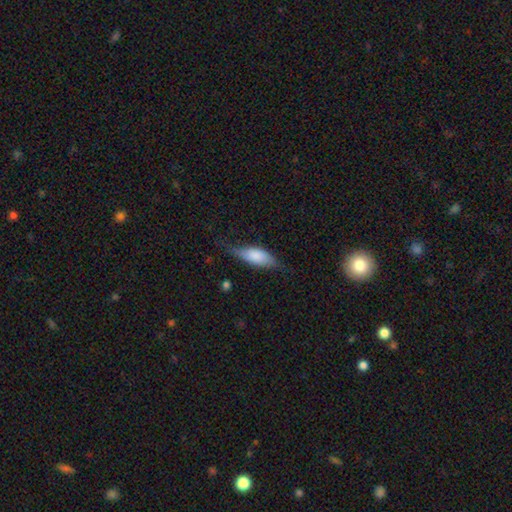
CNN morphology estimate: Smooth or featured?
  - smooth: 67% *
  - featured or disk: 27%
  - star or artifact: 7%
How rounded?
  - in between: 76% *
  - cigar-shaped: 21%
  - round: 3%
Merging?
  - none: 50% *
  - minor disturbance: 35%
  - major disturbance: 13%
  - merger: 2%